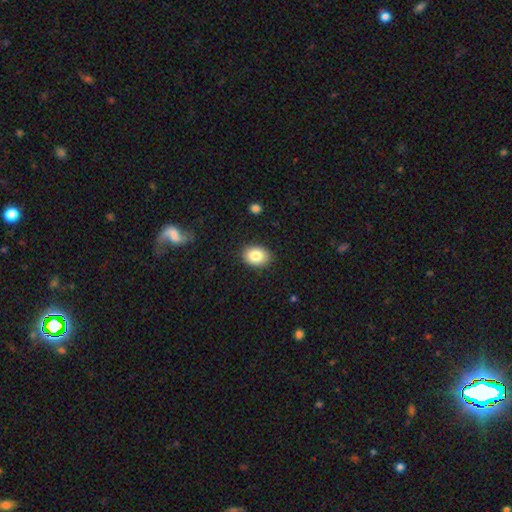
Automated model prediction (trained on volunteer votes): The model was most divided on "how rounded": in between: 71%, round: 28%, cigar-shaped: 1%. More confident: merging — none (87%); smooth or featured — smooth (85%).